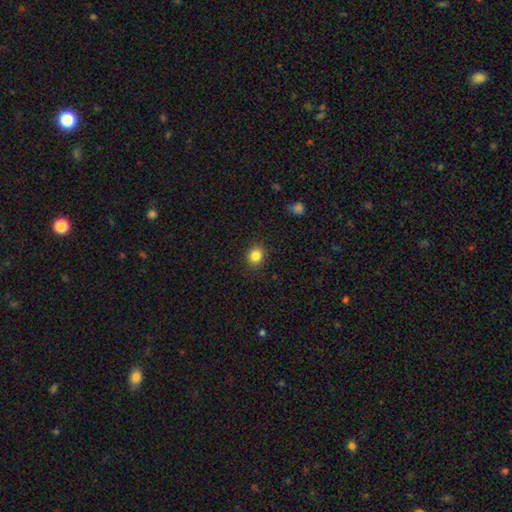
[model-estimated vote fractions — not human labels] Overall: smooth (85%). How rounded: round (70%). Merging: none (90%).